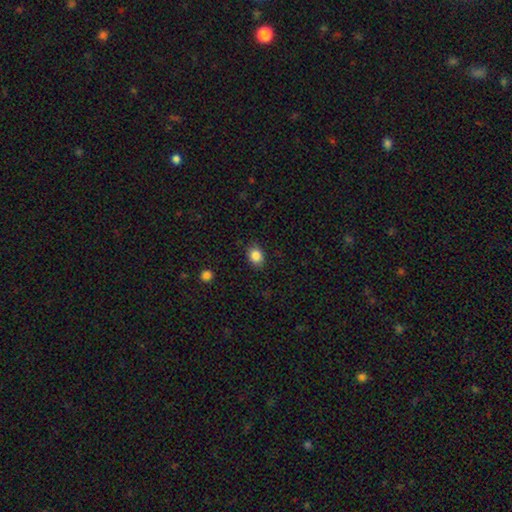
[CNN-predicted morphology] smooth_or_featured: smooth (p=0.86) [alt: star or artifact p=0.09]
how_rounded: in between (p=0.52) [alt: round p=0.47]
merging: none (p=0.85) [alt: minor disturbance p=0.11]